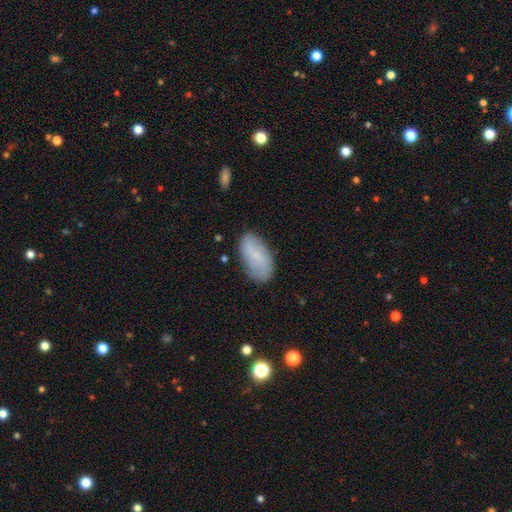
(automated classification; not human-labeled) smooth_or_featured: smooth (p=0.56) [alt: featured or disk p=0.36]
how_rounded: in between (p=0.93) [alt: cigar-shaped p=0.04]
merging: none (p=0.78) [alt: minor disturbance p=0.16]